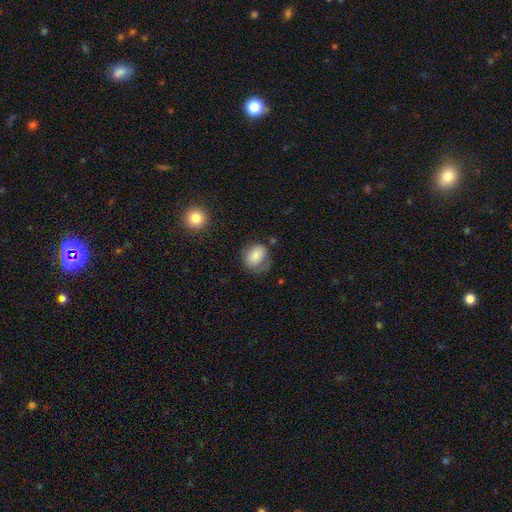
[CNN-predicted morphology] A smooth galaxy with no disk features (78%) that is in between round and cigar-shaped (50%).

Vote fractions:
- Smooth or featured? smooth: 78% / featured or disk: 14% / star or artifact: 9%
- How rounded? in between: 50% / round: 49% / cigar-shaped: 1%
- Merging? none: 50% / minor disturbance: 29% / major disturbance: 16% / merger: 4%